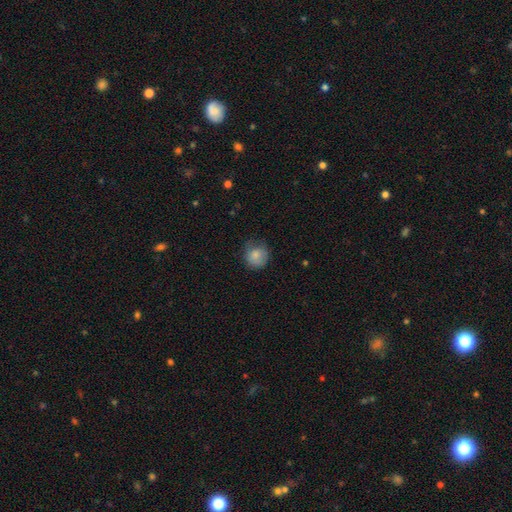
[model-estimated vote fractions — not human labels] This appears to be a smooth galaxy with no disk features (82%) that is round (85%). Merging: none (67%).